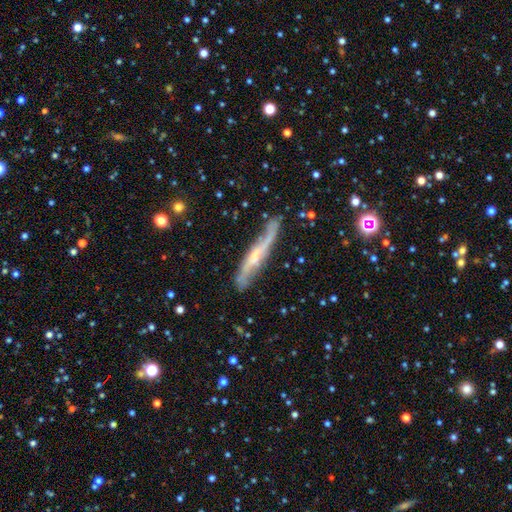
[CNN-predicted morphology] The model was most divided on "edge-on disk": yes: 66%, no: 34%. More confident: smooth or featured — featured or disk (72%); merging — none (69%).